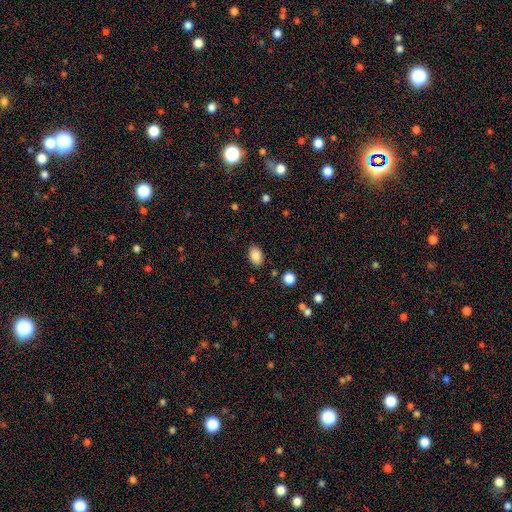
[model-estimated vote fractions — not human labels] The model was most divided on "merging": none: 85%, minor disturbance: 10%, major disturbance: 3%, merger: 2%. More confident: how rounded — in between (89%); smooth or featured — smooth (87%).